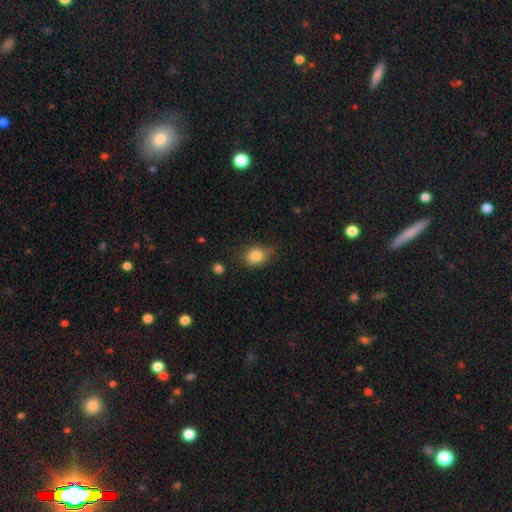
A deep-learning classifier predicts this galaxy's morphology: smooth_or_featured: smooth (p=0.83) [alt: star or artifact p=0.09]
how_rounded: in between (p=0.53) [alt: round p=0.45]
merging: none (p=0.62) [alt: minor disturbance p=0.29]